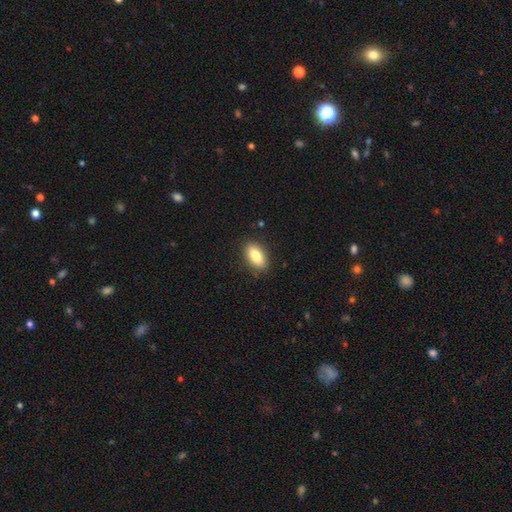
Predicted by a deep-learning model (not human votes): This is clearly a smooth galaxy (82%). How rounded: clearly in between (88%). Merging: clearly none (87%).